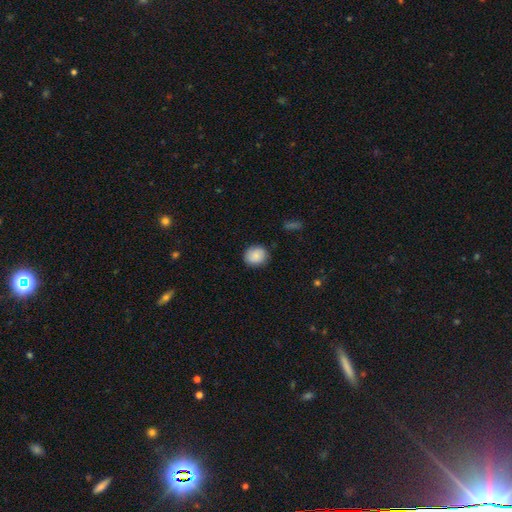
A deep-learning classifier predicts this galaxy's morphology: Q: Smooth or featured?
A: smooth (87%); runner-up: star or artifact (8%)
Q: How rounded?
A: round (76%); runner-up: in between (23%)
Q: Merging?
A: none (87%); runner-up: minor disturbance (10%)